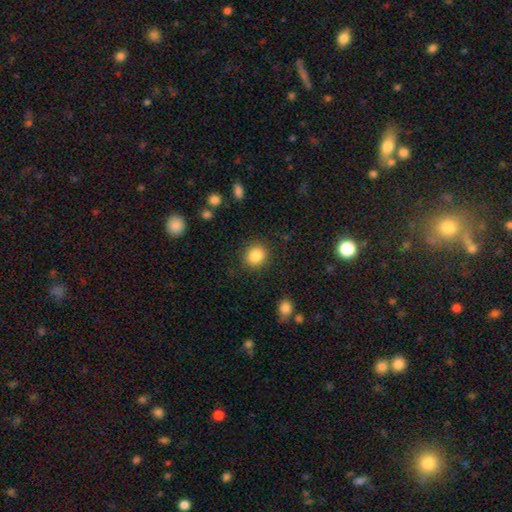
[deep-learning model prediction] smooth 86%, star or artifact 9%, featured or disk 5%. Down the decision tree: how rounded — round (77%); merging — none (87%).